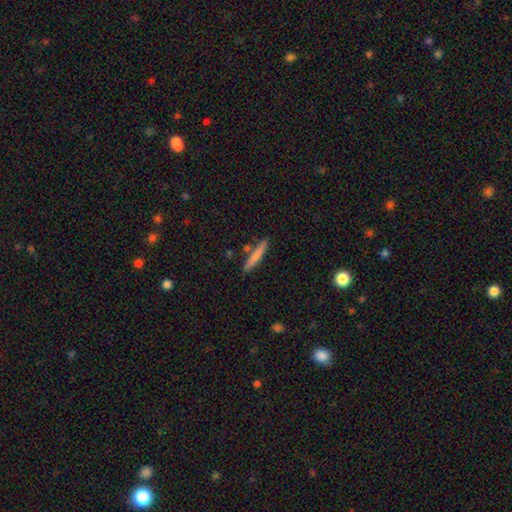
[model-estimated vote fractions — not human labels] smooth_or_featured: smooth (p=0.73) [alt: featured or disk p=0.21]
how_rounded: cigar-shaped (p=0.94) [alt: in between p=0.05]
merging: none (p=0.82) [alt: minor disturbance p=0.10]